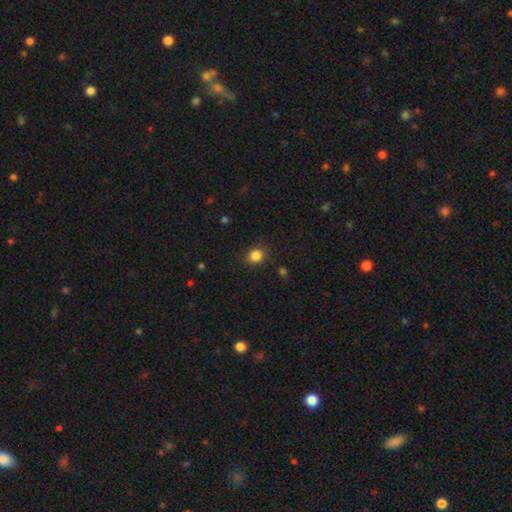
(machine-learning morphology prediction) Smooth or featured: smooth — 84% (star or artifact — 12%)
How rounded: round — 80% (in between — 19%)
Merging: none — 86% (minor disturbance — 10%)